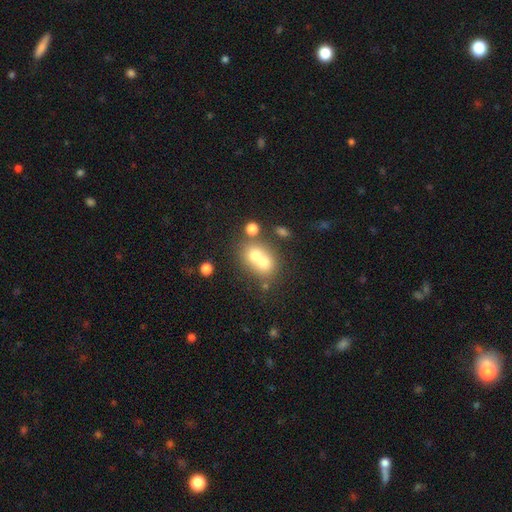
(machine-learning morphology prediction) Overall: smooth (67%). How rounded: round (67%; in between 32%). Merging: merger (64%; none 27%).